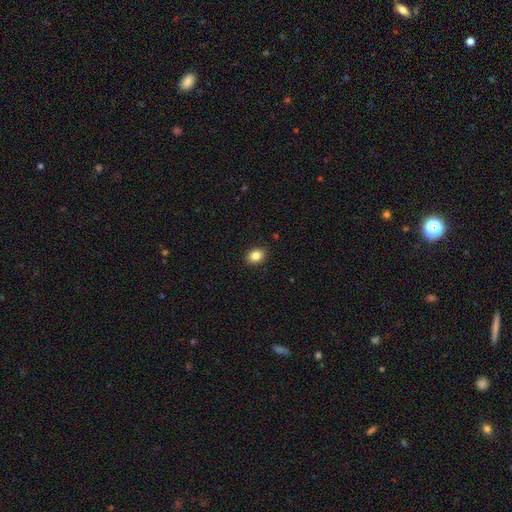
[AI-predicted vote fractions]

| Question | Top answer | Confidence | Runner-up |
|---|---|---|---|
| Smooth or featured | smooth | 85% | star or artifact (10%) |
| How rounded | in between | 53% | round (46%) |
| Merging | none | 89% | minor disturbance (8%) |